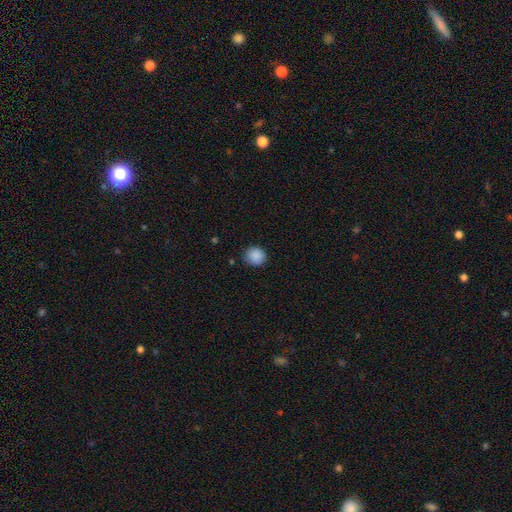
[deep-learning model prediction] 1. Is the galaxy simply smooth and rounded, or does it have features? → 89% smooth, 9% star or artifact, 3% featured or disk.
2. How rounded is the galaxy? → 87% round, 12% in between, 1% cigar-shaped.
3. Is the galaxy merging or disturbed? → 86% none, 11% minor disturbance, 2% major disturbance, 1% merger.